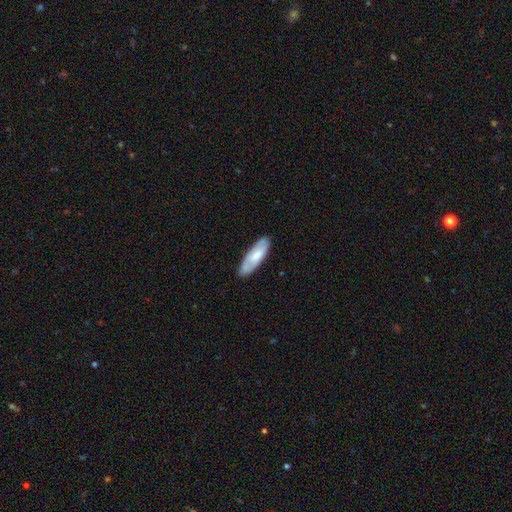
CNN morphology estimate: A smooth galaxy with no disk features (61%) that is in between round and cigar-shaped (55%).

Vote fractions:
- Smooth or featured? smooth: 61% / featured or disk: 34% / star or artifact: 5%
- How rounded? in between: 55% / cigar-shaped: 43% / round: 2%
- Merging? none: 81% / minor disturbance: 15% / major disturbance: 3% / merger: 1%